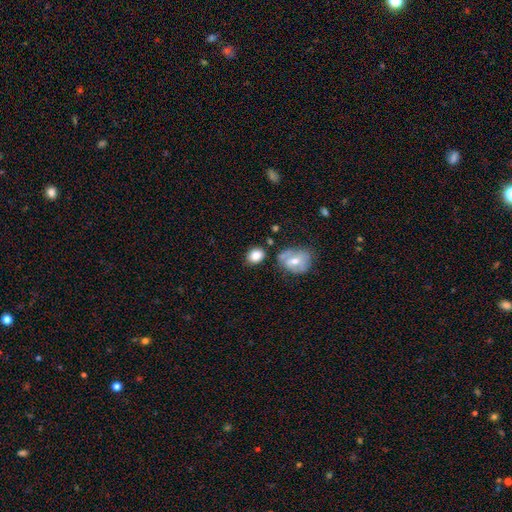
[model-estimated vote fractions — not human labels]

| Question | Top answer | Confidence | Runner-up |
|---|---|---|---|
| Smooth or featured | smooth | 83% | featured or disk (9%) |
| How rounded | in between | 56% | round (43%) |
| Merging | none | 67% | minor disturbance (17%) |